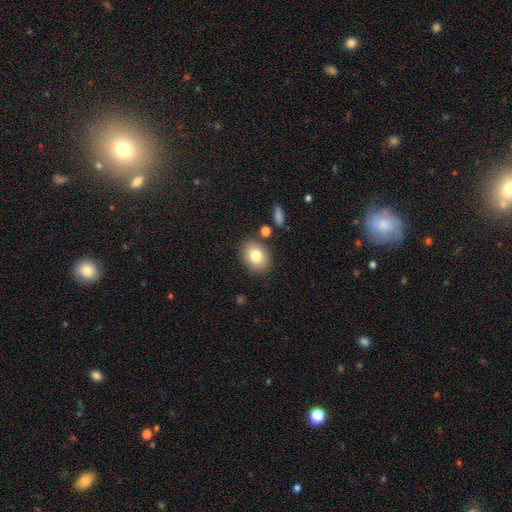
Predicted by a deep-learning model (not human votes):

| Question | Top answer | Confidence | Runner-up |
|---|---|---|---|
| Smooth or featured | smooth | 80% | featured or disk (11%) |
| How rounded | in between | 57% | round (42%) |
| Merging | none | 82% | minor disturbance (10%) |